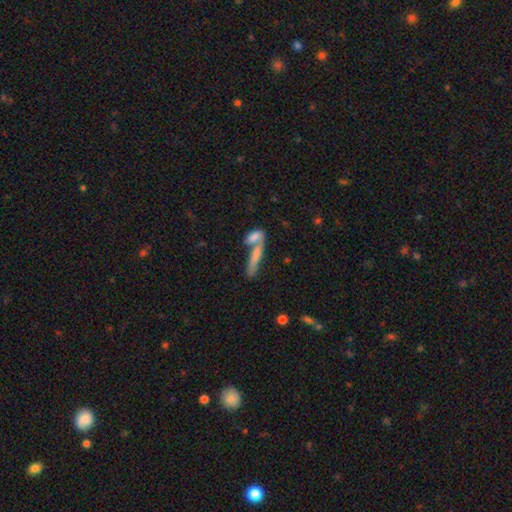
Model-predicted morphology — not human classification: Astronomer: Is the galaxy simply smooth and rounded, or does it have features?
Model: smooth — 66%.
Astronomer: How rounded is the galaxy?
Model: cigar-shaped — 75%.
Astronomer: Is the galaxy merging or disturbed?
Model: merger — 53% (runner-up: none, 33%).